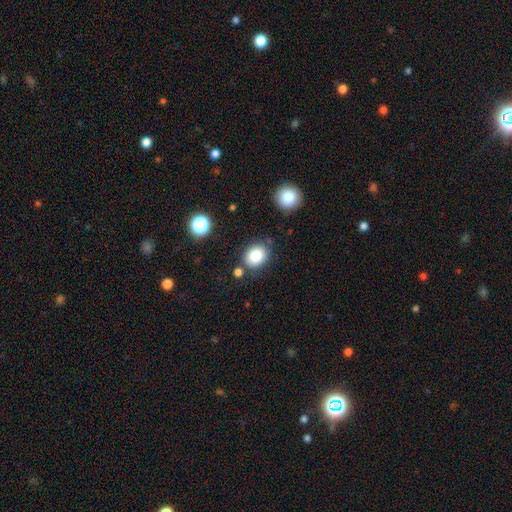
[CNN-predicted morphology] smooth 82%, star or artifact 10%, featured or disk 8%. Down the decision tree: how rounded — round (52%); merging — none (77%).